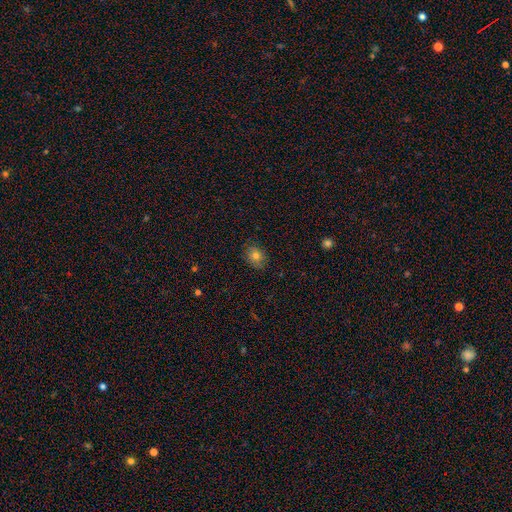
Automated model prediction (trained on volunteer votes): Overall: smooth (78%). How rounded: in between (54%; round 45%). Merging: none (83%).